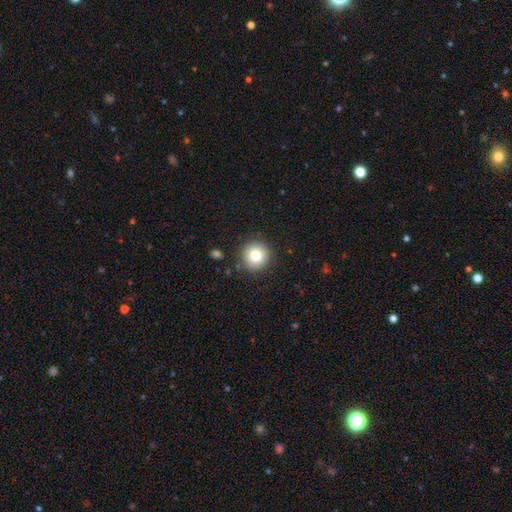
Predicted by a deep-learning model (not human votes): smooth-or-featured: smooth: 80% | star or artifact: 10% | featured or disk: 9%
  how-rounded: round: 94% | in between: 5% | cigar-shaped: 1%
  merging: none: 88% | minor disturbance: 7% | major disturbance: 2% | merger: 2%